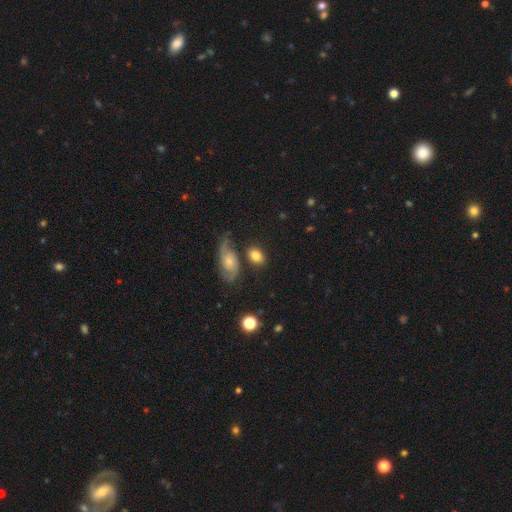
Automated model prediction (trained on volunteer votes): Overall: smooth (75%). How rounded: in between (64%; round 33%). Merging: none (67%).